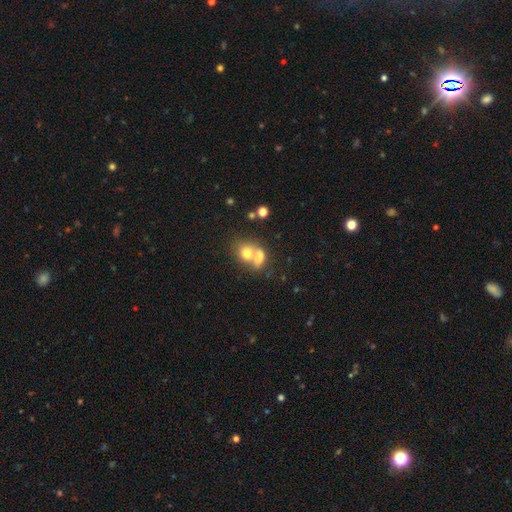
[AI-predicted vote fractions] Smooth or featured?
  - smooth: 70% *
  - featured or disk: 20%
  - star or artifact: 10%
How rounded?
  - round: 50% *
  - in between: 48%
  - cigar-shaped: 2%
Merging?
  - merger: 68% *
  - none: 21%
  - minor disturbance: 6%
  - major disturbance: 5%